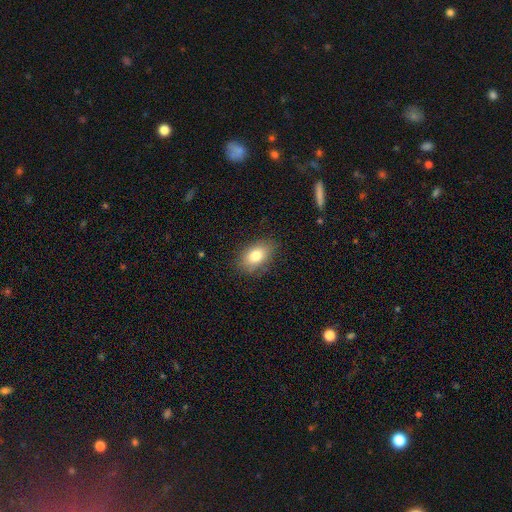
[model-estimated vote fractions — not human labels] smooth 79%, featured or disk 13%, star or artifact 8%. Down the decision tree: how rounded — in between (87%); merging — none (81%).